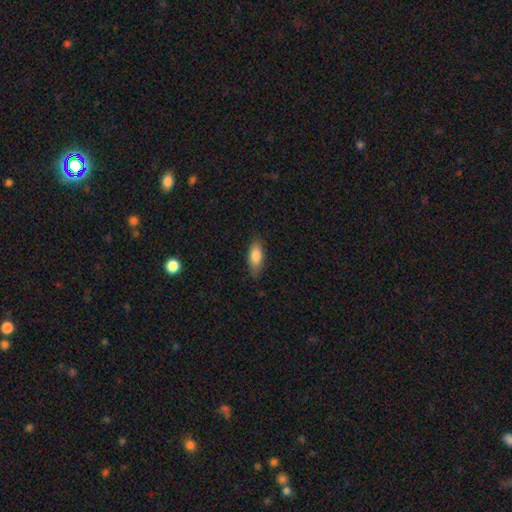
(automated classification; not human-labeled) A smooth galaxy with no disk features (82%) that is in between round and cigar-shaped (73%). Merging: none (81%).